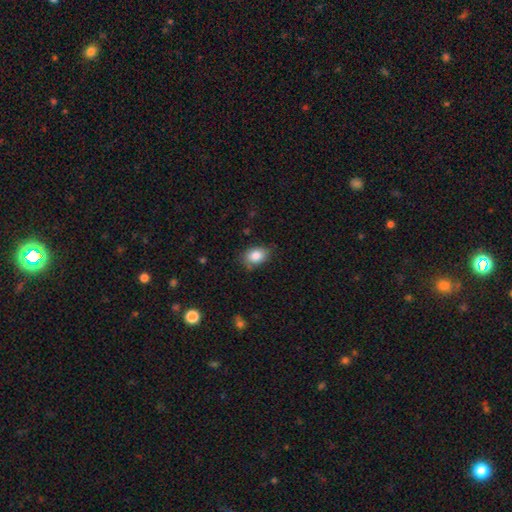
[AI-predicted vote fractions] This appears to be a smooth galaxy with no disk features (85%) that is in between round and cigar-shaped (80%). Merging: none (77%).